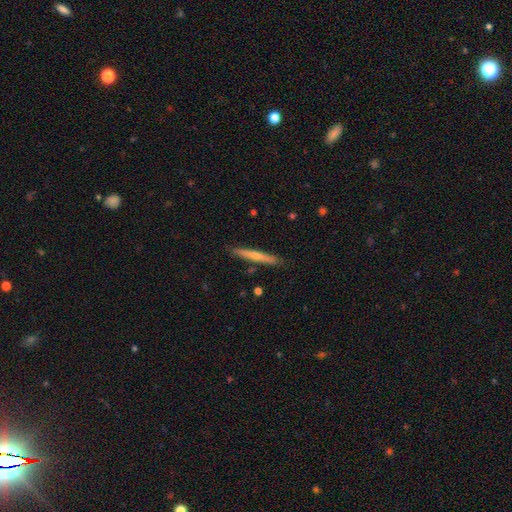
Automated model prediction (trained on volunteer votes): A smooth galaxy with no disk features (52%) that is cigar-shaped (96%).

Vote fractions:
- Smooth or featured? smooth: 52% / featured or disk: 42% / star or artifact: 6%
- How rounded? cigar-shaped: 96% / in between: 3% / round: 1%
- Merging? none: 88% / minor disturbance: 9% / merger: 2% / major disturbance: 2%